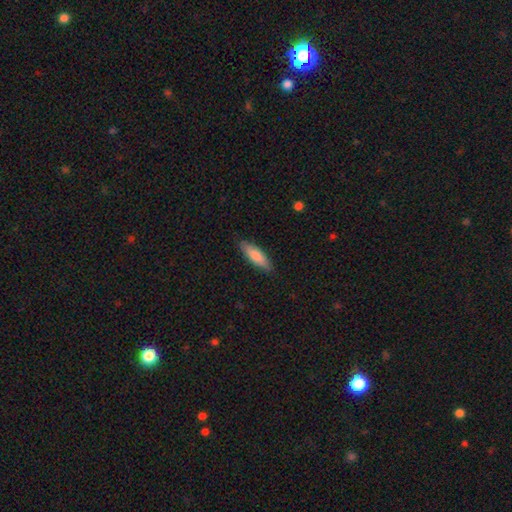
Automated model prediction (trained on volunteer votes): Smooth or featured?
  - smooth: 79% *
  - featured or disk: 16%
  - star or artifact: 5%
How rounded?
  - cigar-shaped: 55% *
  - in between: 43%
  - round: 2%
Merging?
  - none: 86% *
  - minor disturbance: 11%
  - major disturbance: 2%
  - merger: 1%